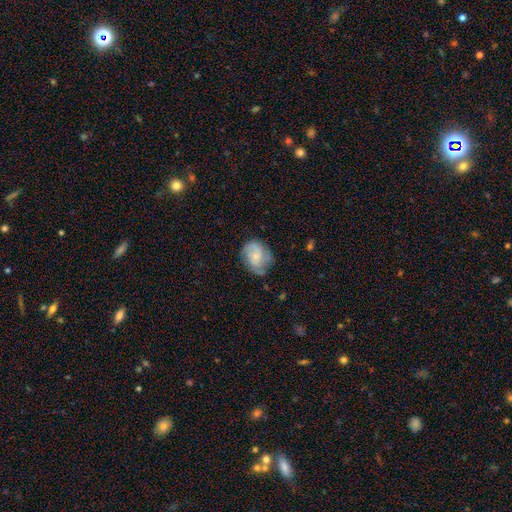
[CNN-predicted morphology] The model was most divided on "smooth or featured": featured or disk: 50%, smooth: 42%, star or artifact: 7%. More confident: edge-on disk — no (97%); merging — none (60%).